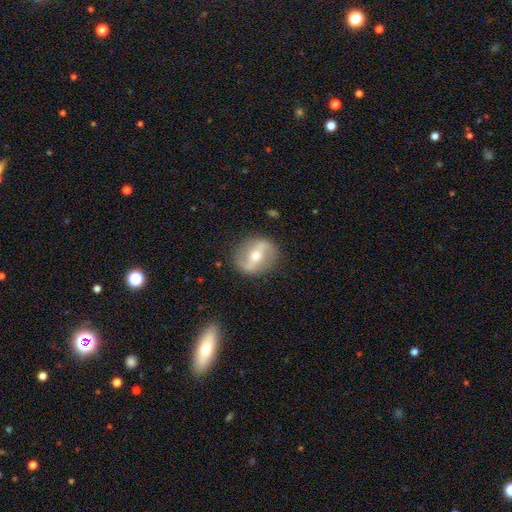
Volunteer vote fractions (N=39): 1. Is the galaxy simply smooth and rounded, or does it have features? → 67% featured or disk, 21% smooth, 13% star or artifact.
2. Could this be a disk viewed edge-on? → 100% no, 0% yes.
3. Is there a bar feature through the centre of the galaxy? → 85% strong, 15% weak, 0% no.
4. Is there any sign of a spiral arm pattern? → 69% yes, 31% no.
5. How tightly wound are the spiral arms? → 56% loose, 22% tight, 22% medium.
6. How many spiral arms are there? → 100% 2, 0% 1, 0% 3, 0% 4, 0% more than 4, 0% can't tell.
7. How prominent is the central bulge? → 54% moderate, 46% small, 0% dominant, 0% large, 0% none.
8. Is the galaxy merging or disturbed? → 94% none, 6% minor disturbance, 0% major disturbance, 0% merger.